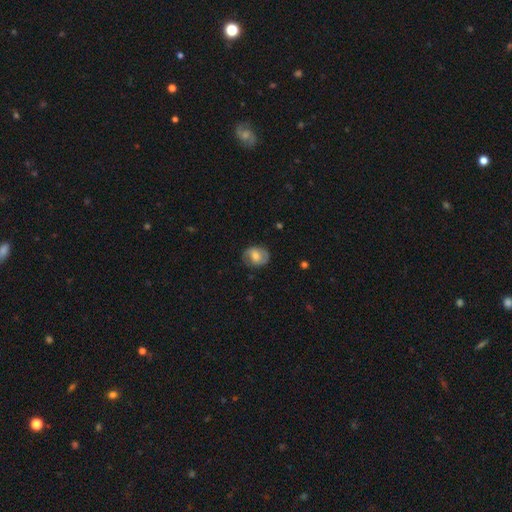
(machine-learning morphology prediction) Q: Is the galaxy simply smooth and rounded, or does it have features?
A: featured or disk — 48%.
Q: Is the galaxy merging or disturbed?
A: none — 76%.